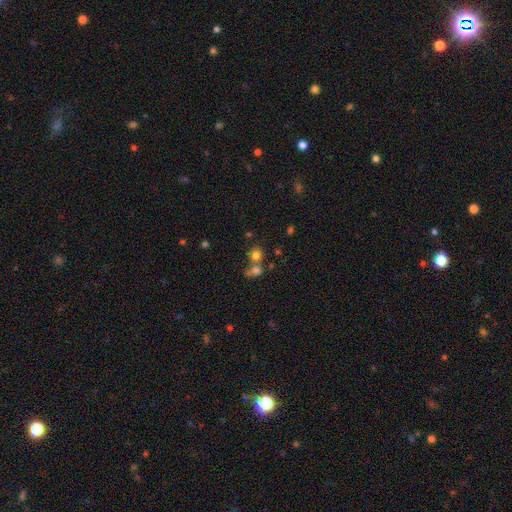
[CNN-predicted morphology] Smooth or featured?
  - smooth: 76% *
  - star or artifact: 15%
  - featured or disk: 9%
How rounded?
  - round: 83% *
  - in between: 15%
  - cigar-shaped: 1%
Merging?
  - none: 48% *
  - merger: 40%
  - minor disturbance: 8%
  - major disturbance: 5%